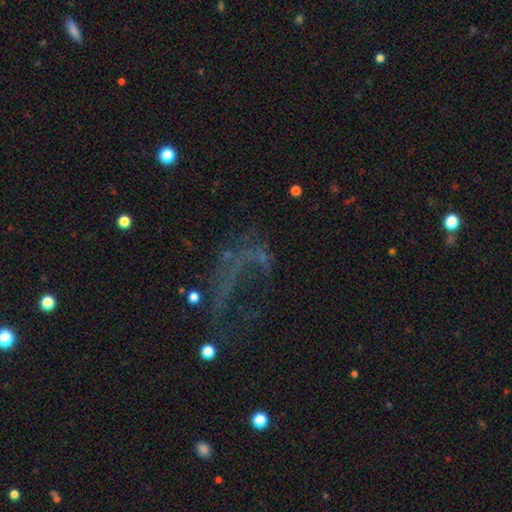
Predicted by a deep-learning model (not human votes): Smooth or featured?
  - featured or disk: 46% *
  - star or artifact: 34%
  - smooth: 20%
Merging?
  - major disturbance: 44% *
  - none: 38%
  - minor disturbance: 10%
  - merger: 9%